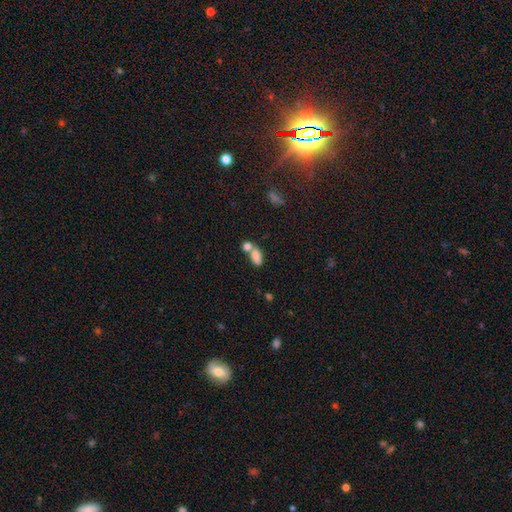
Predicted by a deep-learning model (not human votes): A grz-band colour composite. It shows a smooth galaxy with no disk features (81%) that is in between round and cigar-shaped (88%). Merging: merger (52%).